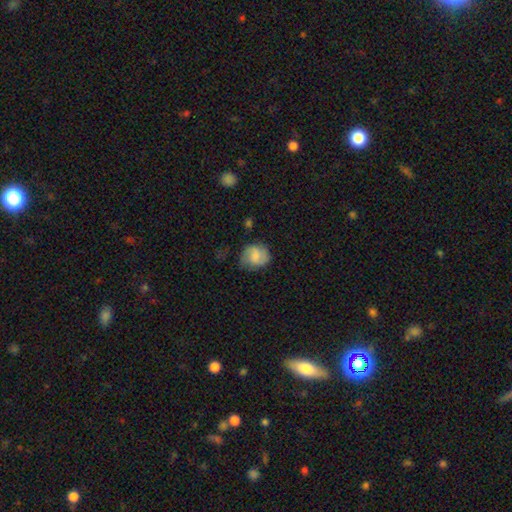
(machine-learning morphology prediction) smooth_or_featured: smooth (p=0.62) [alt: featured or disk p=0.30]
how_rounded: round (p=0.66) [alt: in between p=0.33]
merging: none (p=0.60) [alt: minor disturbance p=0.27]